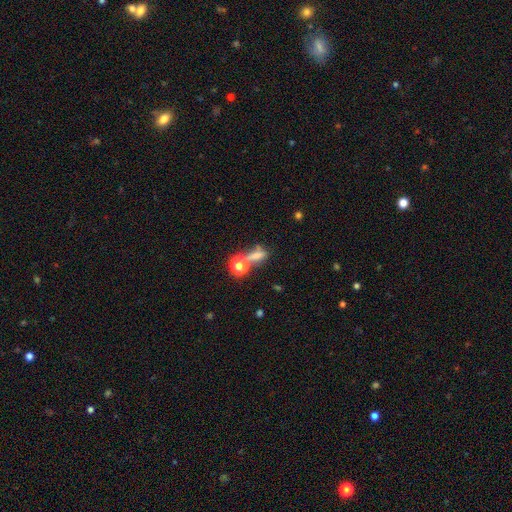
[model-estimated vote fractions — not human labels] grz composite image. It shows a smooth galaxy with no disk features (62%) that is in between round and cigar-shaped (53%). Merging: none (41%).